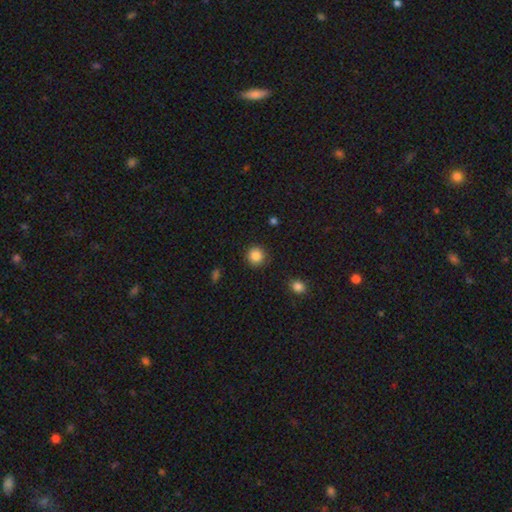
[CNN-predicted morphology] Q: Smooth or featured?
A: smooth (86%); runner-up: star or artifact (10%)
Q: How rounded?
A: round (93%); runner-up: in between (6%)
Q: Merging?
A: none (90%); runner-up: minor disturbance (6%)